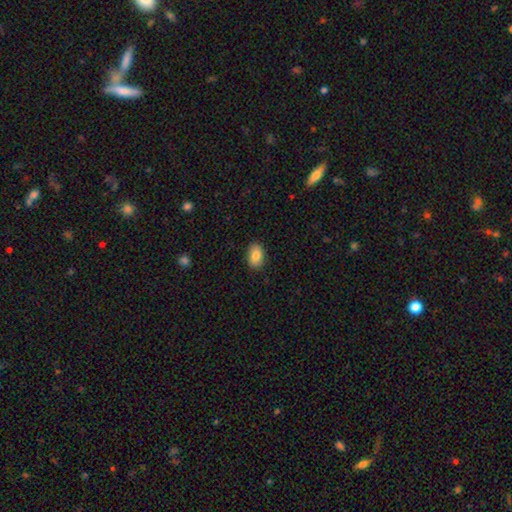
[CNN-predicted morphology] Smooth or featured? smooth (84%)
How rounded? in between (90%)
Merging? none (87%)